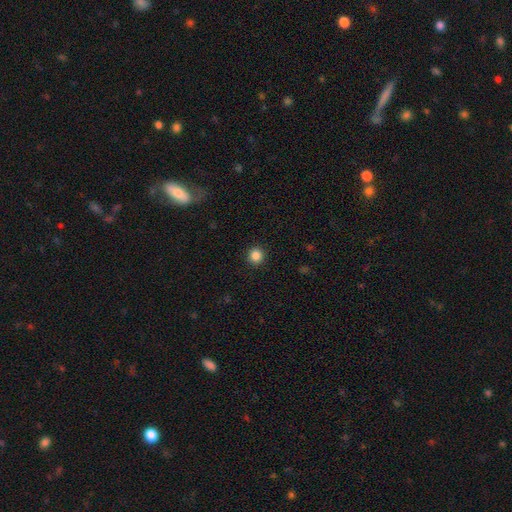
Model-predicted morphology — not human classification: smooth 86%, star or artifact 11%, featured or disk 3%. Down the decision tree: how rounded — round (94%); merging — none (93%).